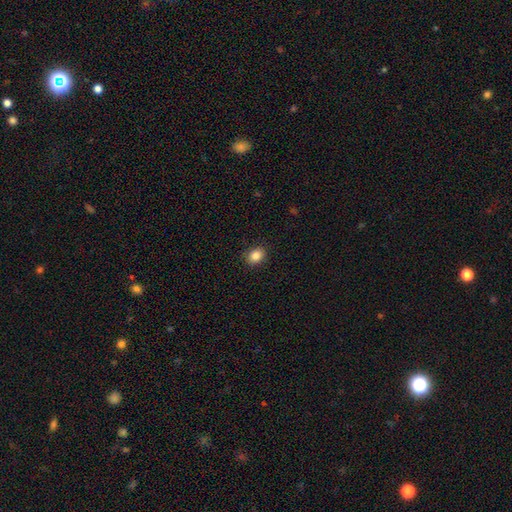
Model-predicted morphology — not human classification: Smooth or featured: smooth — 86% (star or artifact — 9%)
How rounded: in between — 59% (round — 40%)
Merging: none — 88% (minor disturbance — 8%)